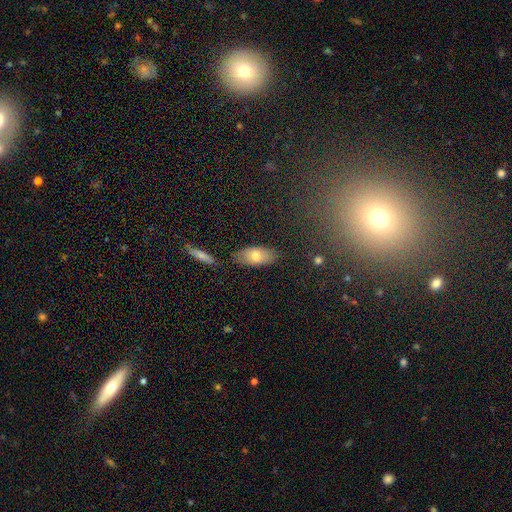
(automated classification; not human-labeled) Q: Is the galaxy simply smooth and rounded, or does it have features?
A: smooth — 73%.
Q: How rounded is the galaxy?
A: in between — 87%.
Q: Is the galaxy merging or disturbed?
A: none — 80%.